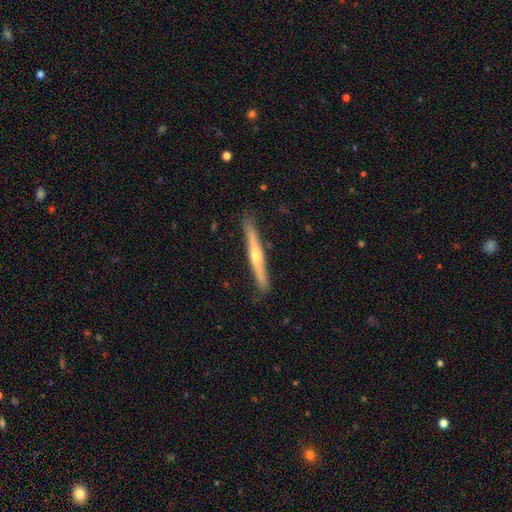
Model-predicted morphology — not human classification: Smooth or featured? featured or disk (62%)
Edge-on disk? yes (97%)
Edge-on bulge? rounded (76%)
Merging? none (87%)